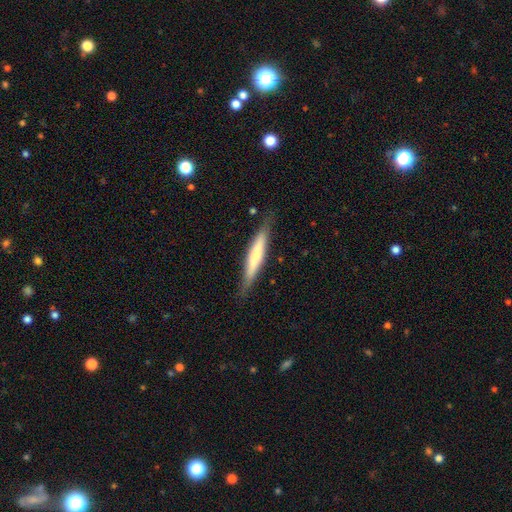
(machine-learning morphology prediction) type=smooth (58%); roundness=cigar-shaped (92%); merging=none (83%).